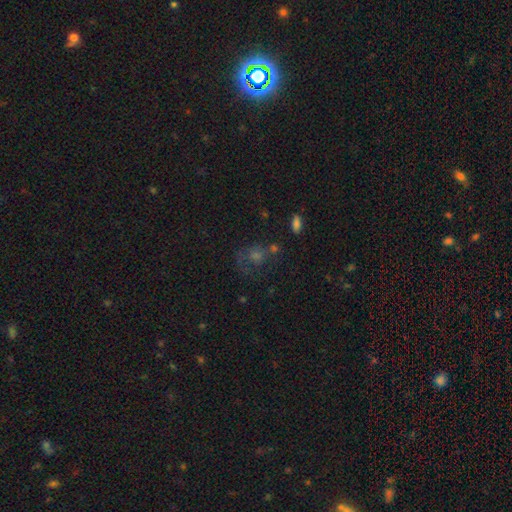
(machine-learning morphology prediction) Smooth or featured?
  - smooth: 38% *
  - star or artifact: 32%
  - featured or disk: 30%
Merging?
  - none: 49% *
  - major disturbance: 23%
  - minor disturbance: 18%
  - merger: 10%